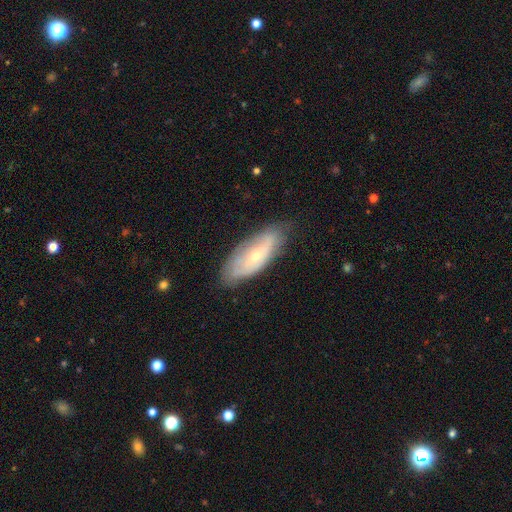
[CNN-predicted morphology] Smooth or featured: featured or disk — 53% (smooth — 40%)
Edge-on disk: no — 81% (yes — 19%)
Merging: none — 71% (minor disturbance — 22%)